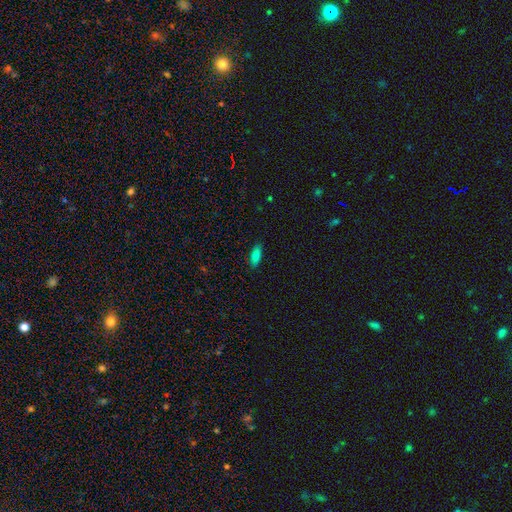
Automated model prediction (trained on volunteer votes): A smooth galaxy with no disk features (83%) that is in between round and cigar-shaped (69%). Merging: none (86%).